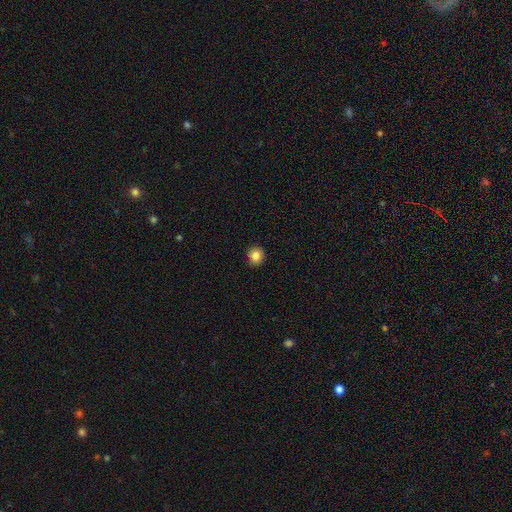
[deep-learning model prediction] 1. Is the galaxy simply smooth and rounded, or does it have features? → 85% smooth, 10% star or artifact, 5% featured or disk.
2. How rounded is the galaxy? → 90% round, 9% in between, 1% cigar-shaped.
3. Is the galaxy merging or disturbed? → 90% none, 8% minor disturbance, 2% major disturbance, 1% merger.